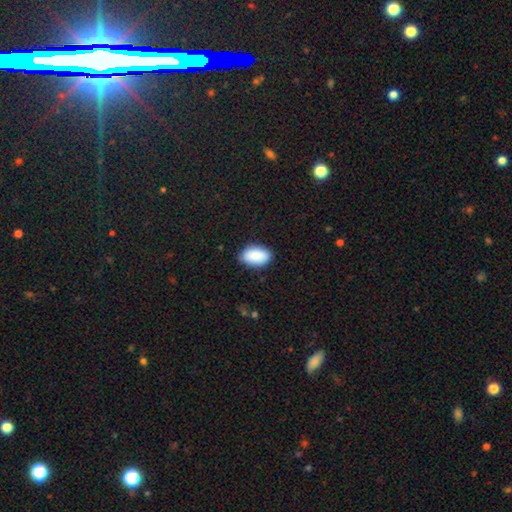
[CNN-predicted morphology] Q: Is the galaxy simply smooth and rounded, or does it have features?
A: smooth — 89%.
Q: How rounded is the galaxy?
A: in between — 93%.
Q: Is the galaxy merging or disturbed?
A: none — 84%.